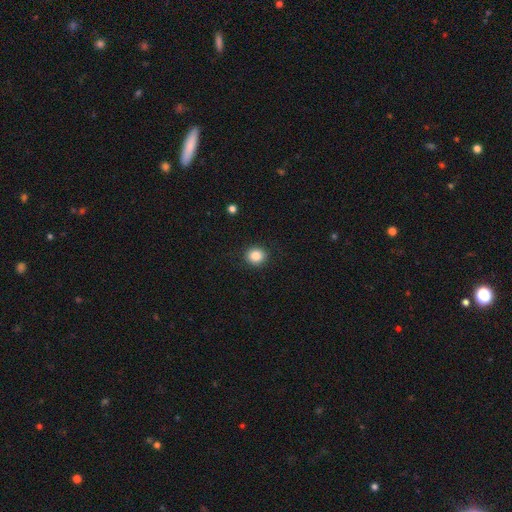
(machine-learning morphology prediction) Overall: smooth (85%). How rounded: round (87%). Merging: none (91%).